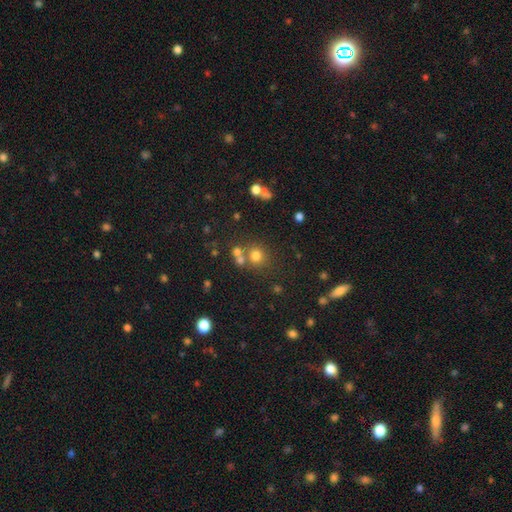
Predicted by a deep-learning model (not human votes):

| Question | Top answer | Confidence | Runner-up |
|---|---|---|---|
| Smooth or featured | smooth | 71% | star or artifact (19%) |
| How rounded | round | 86% | in between (13%) |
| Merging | none | 63% | merger (23%) |